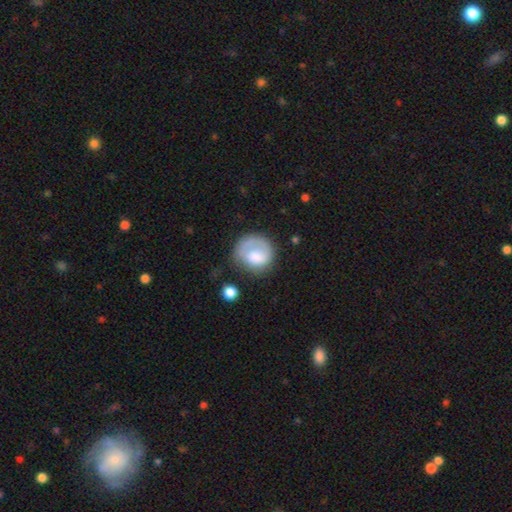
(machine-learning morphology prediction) Smooth or featured? Predicted: smooth (p=0.56). How rounded? Predicted: round (p=0.80). Merging? Predicted: none (p=0.55).